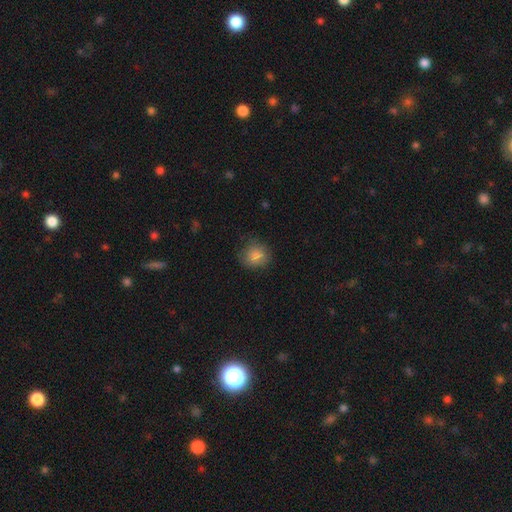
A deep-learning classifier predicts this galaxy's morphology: type=smooth (84%); roundness=round (74%); merging=none (72%).